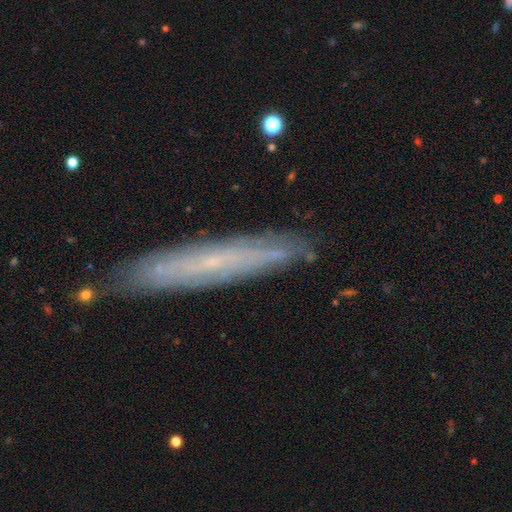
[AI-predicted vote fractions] The model was most divided on "edge-on disk": yes: 66%, no: 34%. More confident: merging — none (84%); smooth or featured — featured or disk (65%).